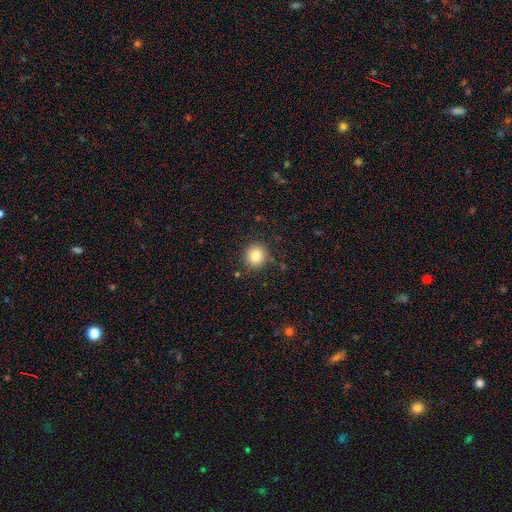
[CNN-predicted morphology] Smooth or featured: smooth — 84% (star or artifact — 10%)
How rounded: round — 88% (in between — 11%)
Merging: none — 86% (minor disturbance — 9%)